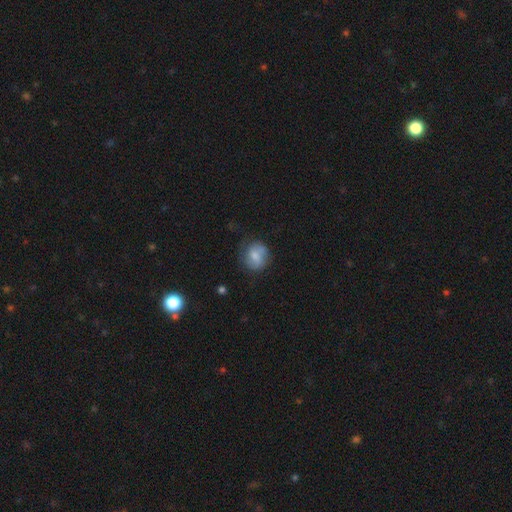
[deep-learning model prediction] The model was most divided on "smooth or featured": smooth: 56%, featured or disk: 37%, star or artifact: 8%. More confident: how rounded — round (75%); merging — none (61%).